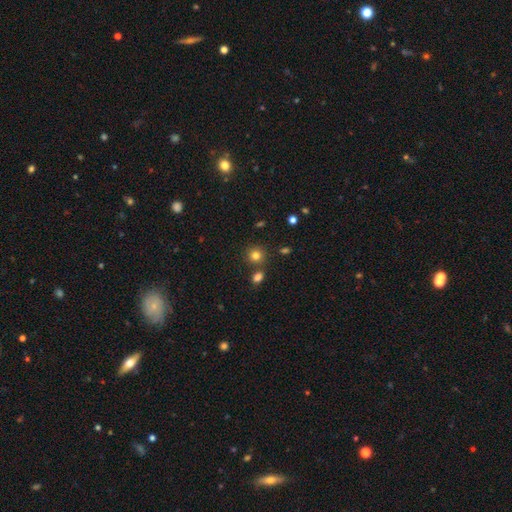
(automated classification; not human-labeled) This is clearly a smooth galaxy (80%). How rounded: clearly round (87%). Merging: likely none (77%).